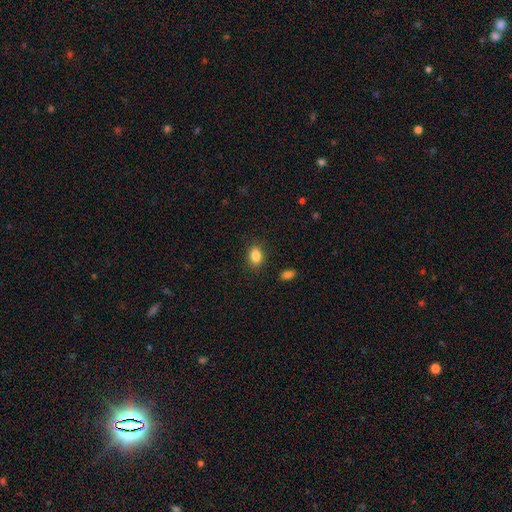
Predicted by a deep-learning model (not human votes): Smooth or featured?
  - smooth: 86% *
  - star or artifact: 9%
  - featured or disk: 5%
How rounded?
  - in between: 73% *
  - round: 26%
  - cigar-shaped: 1%
Merging?
  - none: 85% *
  - minor disturbance: 10%
  - major disturbance: 3%
  - merger: 2%